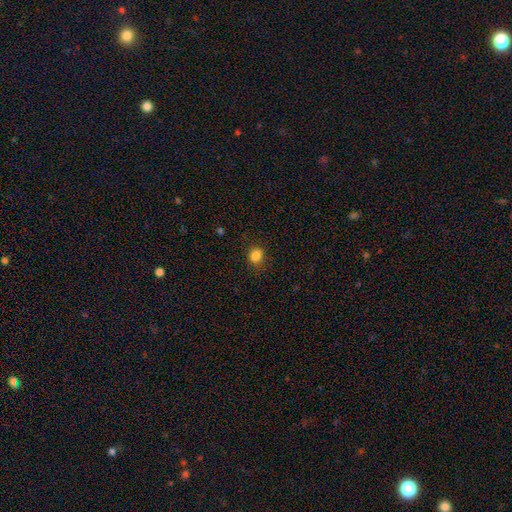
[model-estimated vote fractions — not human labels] Smooth or featured?
  - smooth: 84% *
  - star or artifact: 12%
  - featured or disk: 4%
How rounded?
  - round: 66% *
  - in between: 33%
  - cigar-shaped: 1%
Merging?
  - none: 82% *
  - minor disturbance: 13%
  - major disturbance: 4%
  - merger: 1%